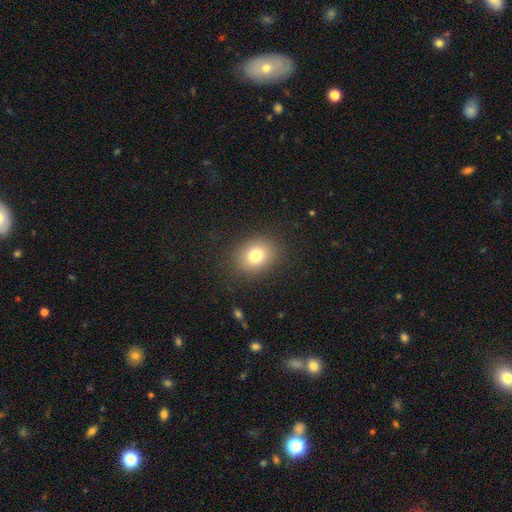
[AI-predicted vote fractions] This appears to be a smooth galaxy with no disk features (77%) that is round (55%). Merging: none (87%).